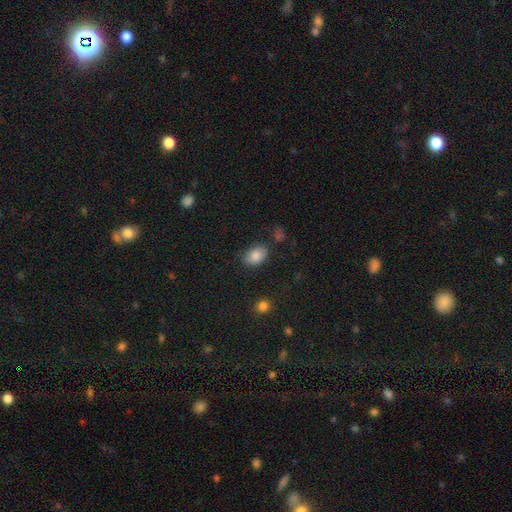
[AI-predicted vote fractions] Smooth or featured: smooth — 86% (star or artifact — 8%)
How rounded: in between — 80% (round — 19%)
Merging: none — 76% (minor disturbance — 16%)